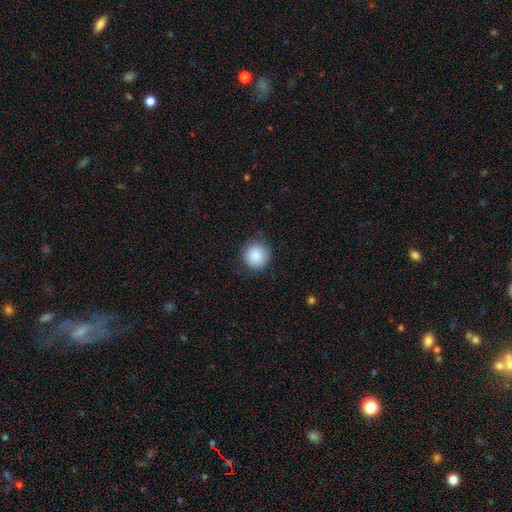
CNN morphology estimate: Smooth or featured: smooth — 88% (star or artifact — 8%)
How rounded: round — 92% (in between — 7%)
Merging: none — 83% (minor disturbance — 13%)